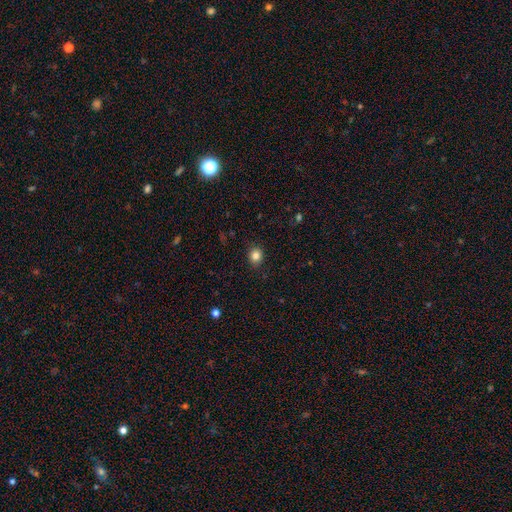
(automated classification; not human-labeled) smooth_or_featured: smooth (p=0.83) [alt: star or artifact p=0.12]
how_rounded: round (p=0.74) [alt: in between p=0.25]
merging: none (p=0.89) [alt: minor disturbance p=0.08]